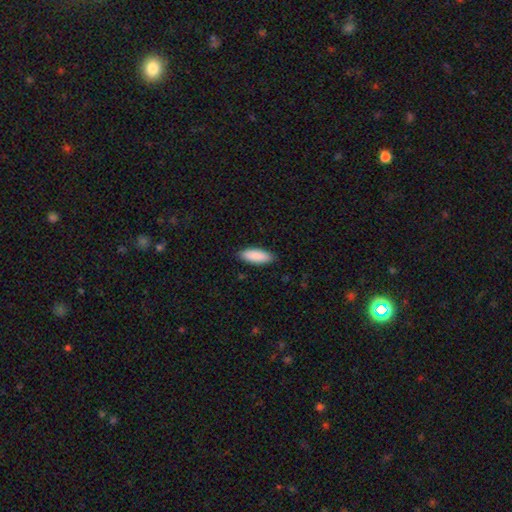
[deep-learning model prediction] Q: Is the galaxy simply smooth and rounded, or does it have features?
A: smooth — 90%.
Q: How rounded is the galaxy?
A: in between — 70%.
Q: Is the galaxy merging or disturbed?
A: none — 89%.